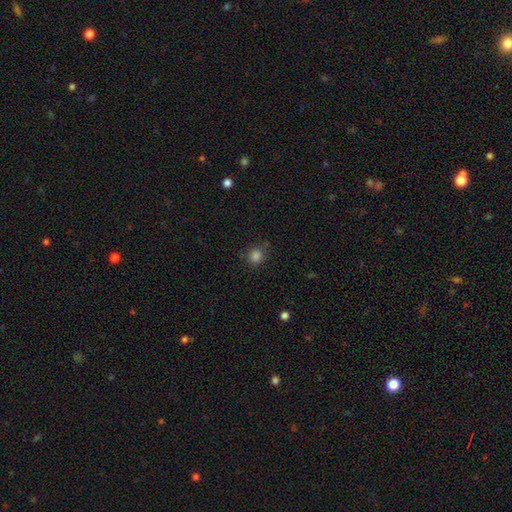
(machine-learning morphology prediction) type=smooth (84%); roundness=round (86%); merging=none (77%).